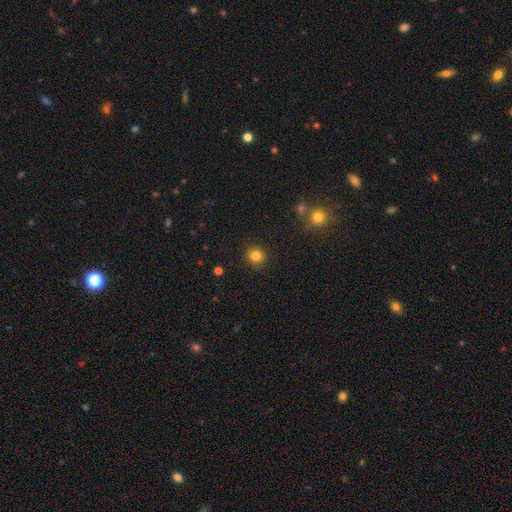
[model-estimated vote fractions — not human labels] A smooth galaxy with no disk features (83%) that is round (88%).

Vote fractions:
- Smooth or featured? smooth: 83% / star or artifact: 12% / featured or disk: 5%
- How rounded? round: 88% / in between: 11% / cigar-shaped: 1%
- Merging? none: 88% / minor disturbance: 8% / major disturbance: 2% / merger: 2%